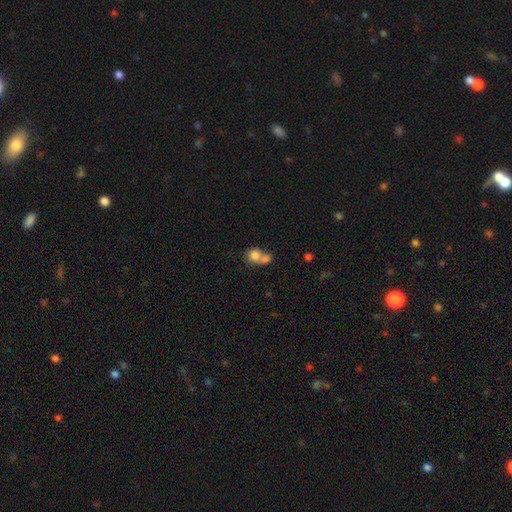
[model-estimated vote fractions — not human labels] smooth_or_featured: smooth (p=0.77) [alt: featured or disk p=0.14]
how_rounded: round (p=0.70) [alt: in between p=0.29]
merging: merger (p=0.65) [alt: none p=0.25]